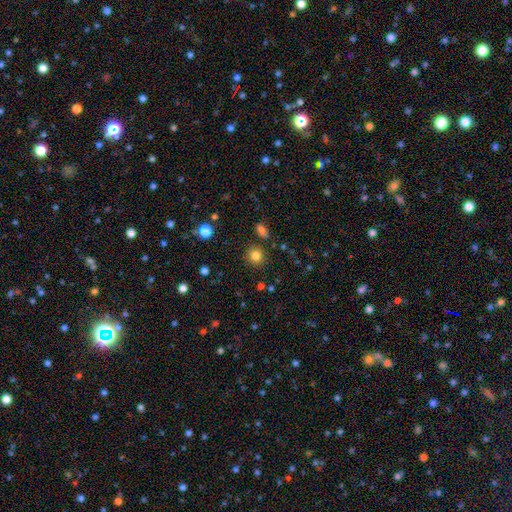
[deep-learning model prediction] A smooth galaxy with no disk features (81%) that is round (86%). Merging: none (84%).